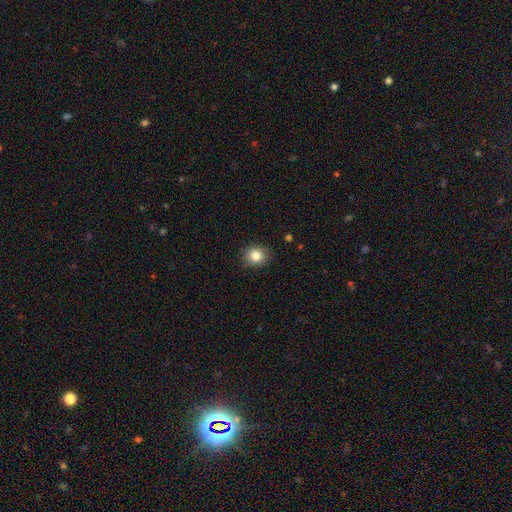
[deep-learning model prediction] A smooth galaxy with no disk features (84%) that is round (80%).

Vote fractions:
- Smooth or featured? smooth: 84% / star or artifact: 10% / featured or disk: 6%
- How rounded? round: 80% / in between: 19% / cigar-shaped: 1%
- Merging? none: 89% / minor disturbance: 8% / major disturbance: 2% / merger: 1%